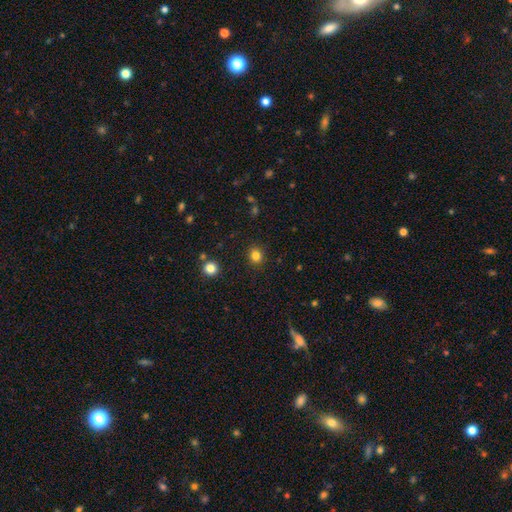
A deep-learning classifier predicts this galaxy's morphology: Smooth or featured? smooth (81%)
How rounded? round (81%)
Merging? none (89%)